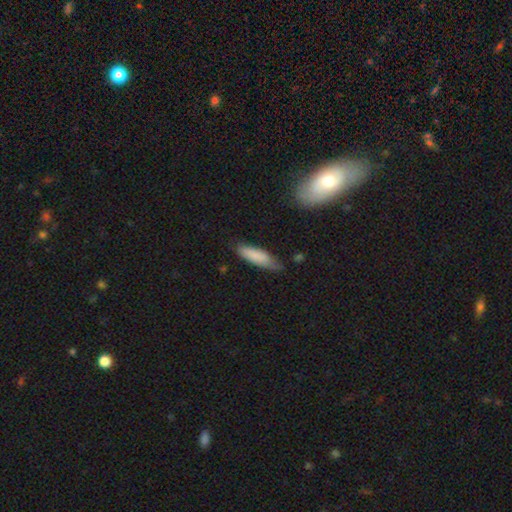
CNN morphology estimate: Smooth or featured: smooth — 81% (featured or disk — 13%)
How rounded: cigar-shaped — 59% (in between — 40%)
Merging: none — 65% (minor disturbance — 27%)